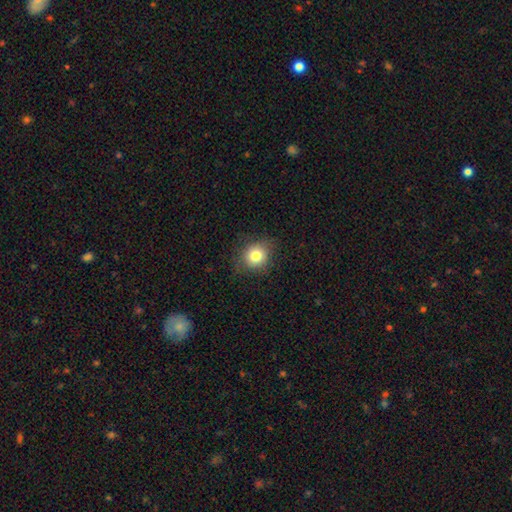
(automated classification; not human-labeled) Smooth or featured? Predicted: smooth (p=0.80). How rounded? Predicted: round (p=0.81). Merging? Predicted: none (p=0.81).